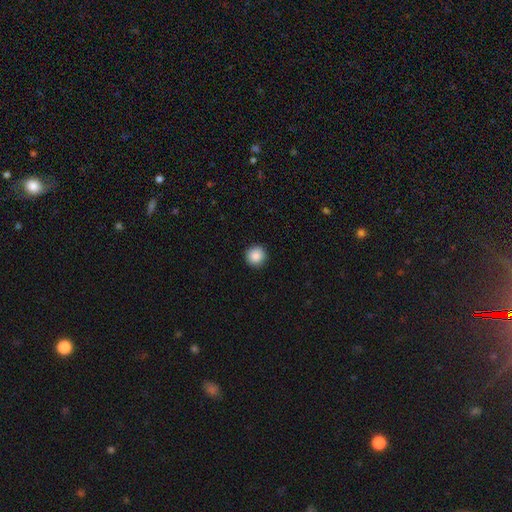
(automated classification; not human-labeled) Smooth or featured: smooth — 88% (star or artifact — 9%)
How rounded: round — 95% (in between — 4%)
Merging: none — 92% (minor disturbance — 5%)